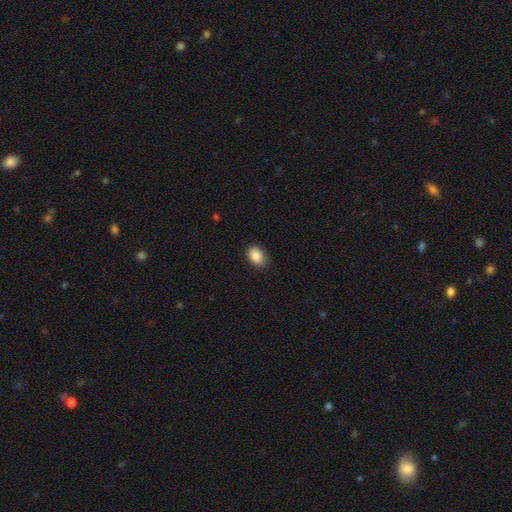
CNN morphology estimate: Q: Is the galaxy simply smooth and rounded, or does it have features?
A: smooth — 89%.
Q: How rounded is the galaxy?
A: in between — 81%.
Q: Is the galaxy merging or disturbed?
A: none — 84%.